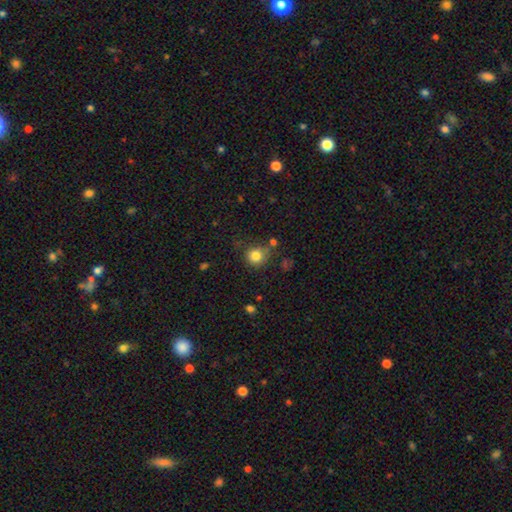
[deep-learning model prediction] Smooth or featured: smooth — 82% (star or artifact — 12%)
How rounded: round — 90% (in between — 9%)
Merging: none — 74% (minor disturbance — 14%)